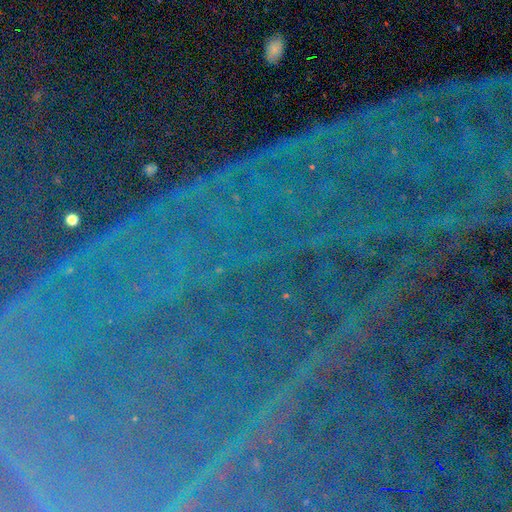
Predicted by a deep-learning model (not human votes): A star or artifact, not a galaxy (88%).

Vote fractions:
- Smooth or featured? star or artifact: 88% / featured or disk: 6% / smooth: 5%